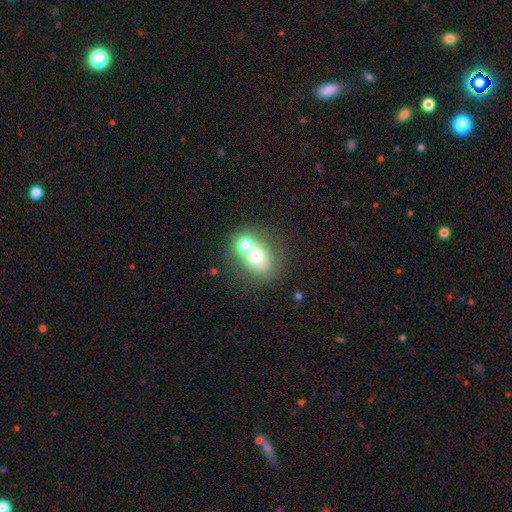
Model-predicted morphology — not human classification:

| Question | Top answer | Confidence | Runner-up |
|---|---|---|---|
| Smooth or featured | smooth | 64% | featured or disk (24%) |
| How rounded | round | 60% | in between (39%) |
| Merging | merger | 53% | none (34%) |